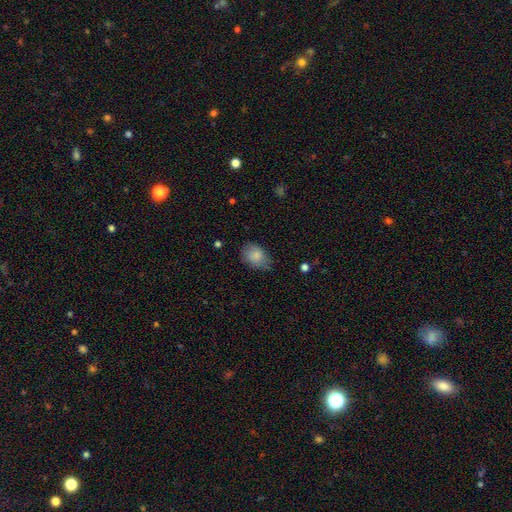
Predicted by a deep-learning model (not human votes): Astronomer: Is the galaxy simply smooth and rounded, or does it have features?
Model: smooth — 84%.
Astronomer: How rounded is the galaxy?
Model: in between — 73%.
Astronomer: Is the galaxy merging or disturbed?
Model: none — 69%.